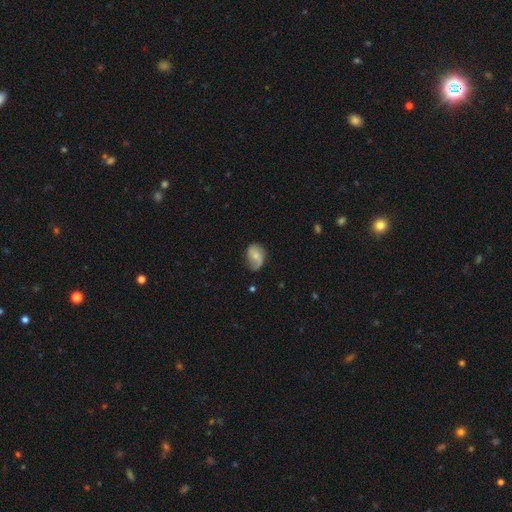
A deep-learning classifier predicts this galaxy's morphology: A featured or disk galaxy (58%) with no bar (48%), spiral arms (87%) and a small central bulge (49%).

Vote fractions:
- Smooth or featured? featured or disk: 58% / smooth: 35% / star or artifact: 7%
- Edge-on disk? no: 97% / yes: 3%
- Bar? no: 48% / weak: 41% / strong: 10%
- Spiral arms? yes: 87% / no: 13%
- Bulge size? small: 49% / moderate: 40% / none: 8% / large: 2% / dominant: 1%
- Merging? none: 58% / minor disturbance: 29% / major disturbance: 11% / merger: 2%